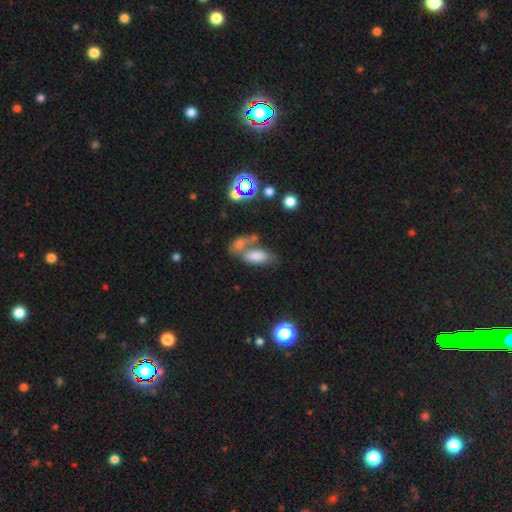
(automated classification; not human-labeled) smooth-or-featured: smooth: 73% | featured or disk: 15% | star or artifact: 12%
  how-rounded: in between: 88% | cigar-shaped: 8% | round: 4%
  merging: merger: 48% | none: 31% | minor disturbance: 12% | major disturbance: 9%